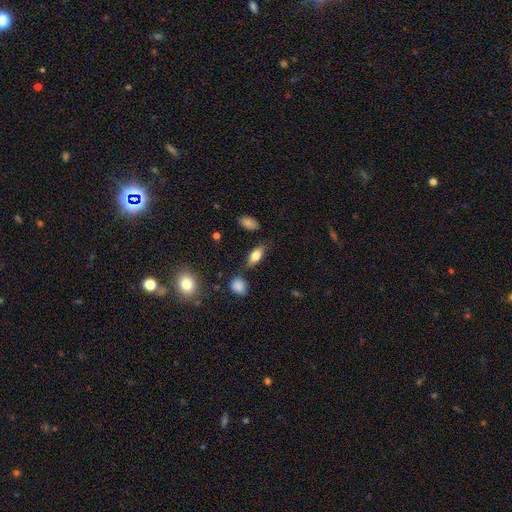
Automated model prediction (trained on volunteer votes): Overall: smooth (69%). How rounded: in between (80%). Merging: none (78%).